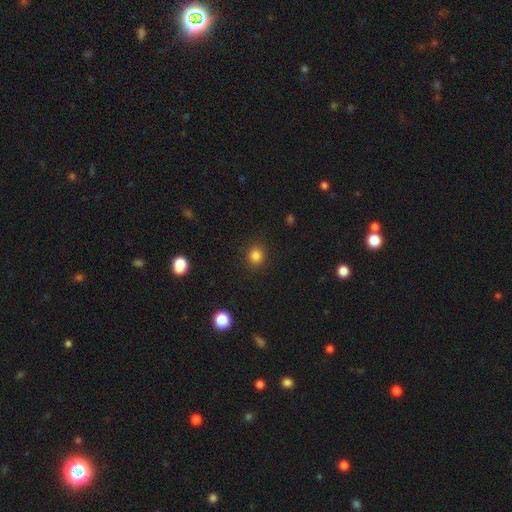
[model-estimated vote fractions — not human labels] Smooth or featured? Predicted: smooth (p=0.83). How rounded? Predicted: round (p=0.88). Merging? Predicted: none (p=0.90).